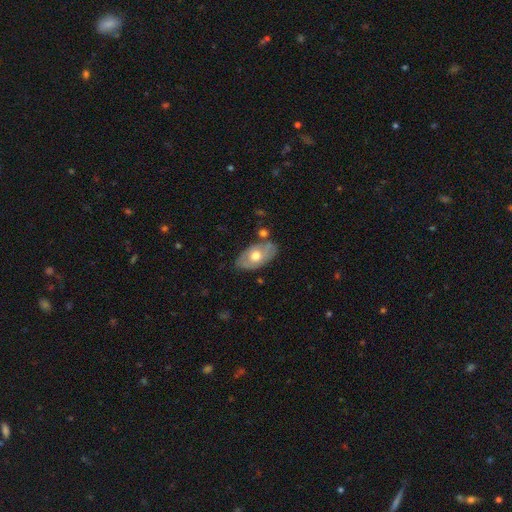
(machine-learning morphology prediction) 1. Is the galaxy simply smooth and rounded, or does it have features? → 48% featured or disk, 47% smooth, 6% star or artifact.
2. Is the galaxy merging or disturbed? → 68% none, 20% minor disturbance, 7% merger, 5% major disturbance.